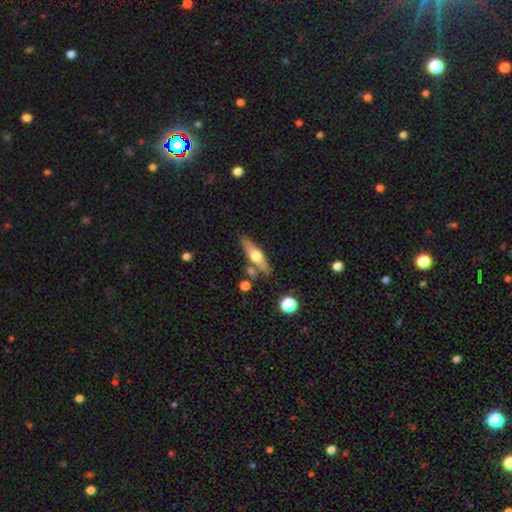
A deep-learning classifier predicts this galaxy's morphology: A featured or disk galaxy (57%) viewed edge-on (92%) with a rounded central bulge (94%). Merging: none (78%).